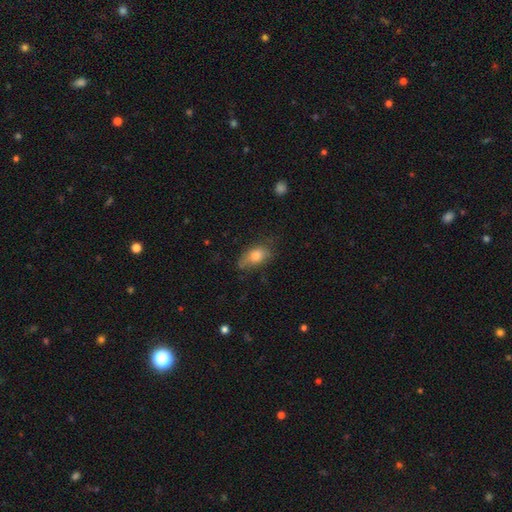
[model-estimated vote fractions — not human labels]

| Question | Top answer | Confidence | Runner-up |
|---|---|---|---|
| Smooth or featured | smooth | 76% | featured or disk (17%) |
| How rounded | in between | 87% | round (8%) |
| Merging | none | 60% | minor disturbance (29%) |